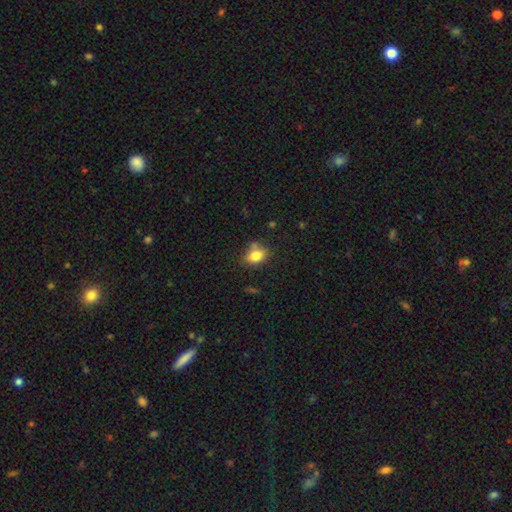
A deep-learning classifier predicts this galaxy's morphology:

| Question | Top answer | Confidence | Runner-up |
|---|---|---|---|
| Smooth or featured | smooth | 81% | star or artifact (10%) |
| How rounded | in between | 66% | round (33%) |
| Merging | none | 64% | minor disturbance (21%) |